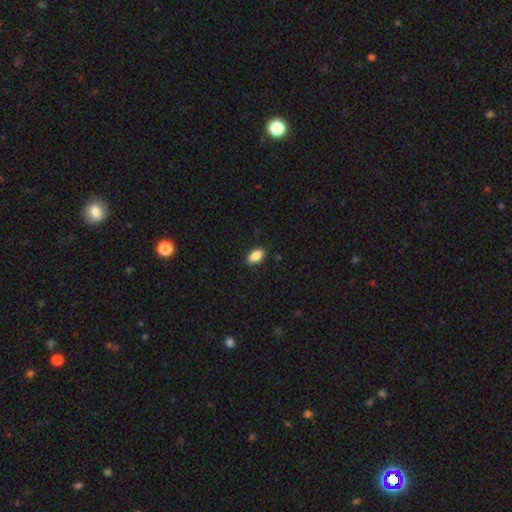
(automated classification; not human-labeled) The model was most divided on "merging": none: 87%, minor disturbance: 10%, major disturbance: 2%, merger: 1%. More confident: how rounded — in between (91%); smooth or featured — smooth (87%).